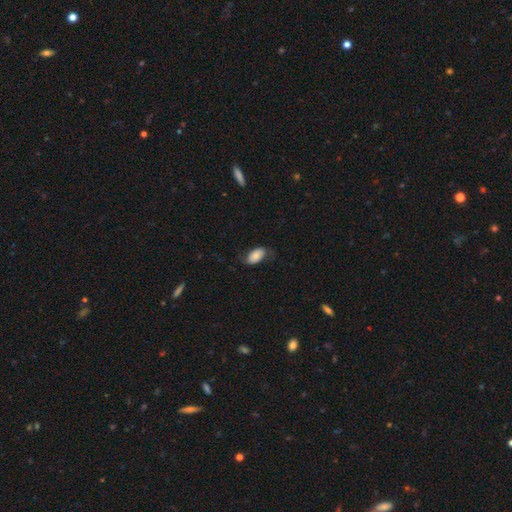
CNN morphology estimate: A smooth galaxy with no disk features (71%) that is in between round and cigar-shaped (93%).

Vote fractions:
- Smooth or featured? smooth: 71% / featured or disk: 22% / star or artifact: 7%
- How rounded? in between: 93% / round: 5% / cigar-shaped: 2%
- Merging? none: 63% / minor disturbance: 25% / major disturbance: 11% / merger: 1%